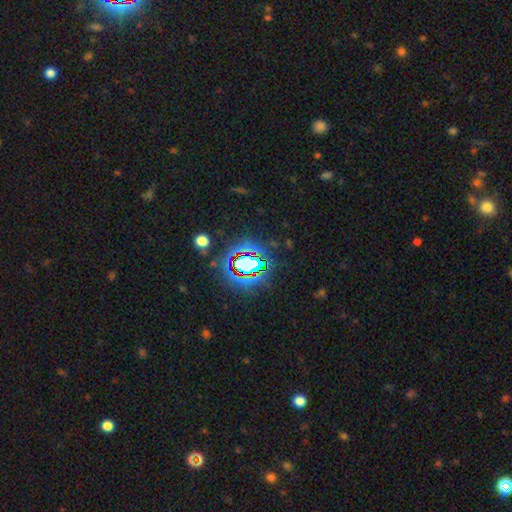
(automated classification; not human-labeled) Smooth or featured?
  - star or artifact: 79% *
  - smooth: 12%
  - featured or disk: 9%